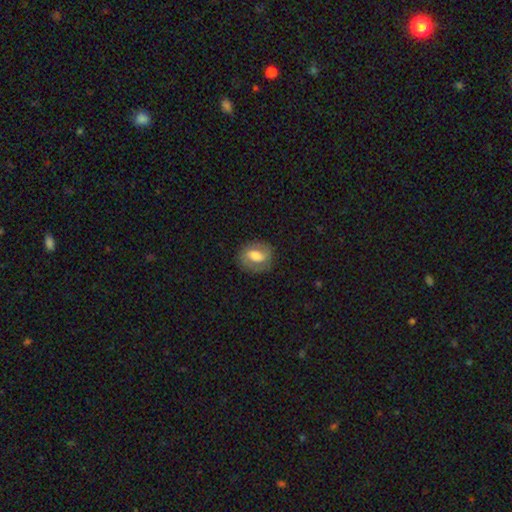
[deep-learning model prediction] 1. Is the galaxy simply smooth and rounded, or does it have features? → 53% featured or disk, 40% smooth, 7% star or artifact.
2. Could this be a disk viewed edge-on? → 95% no, 5% yes.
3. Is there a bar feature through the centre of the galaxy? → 46% weak, 30% strong, 25% no.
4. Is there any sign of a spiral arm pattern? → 72% yes, 28% no.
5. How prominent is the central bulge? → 55% moderate, 24% large, 16% small, 3% none, 2% dominant.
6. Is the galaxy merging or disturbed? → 80% none, 14% minor disturbance, 6% major disturbance, 1% merger.